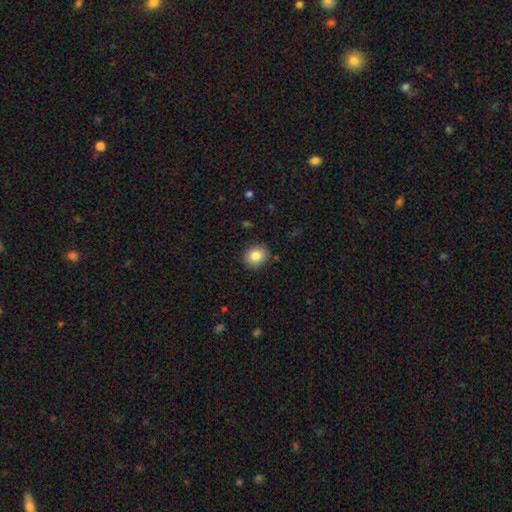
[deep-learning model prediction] The model was most divided on "how rounded": round: 72%, in between: 27%, cigar-shaped: 1%. More confident: merging — none (89%); smooth or featured — smooth (85%).